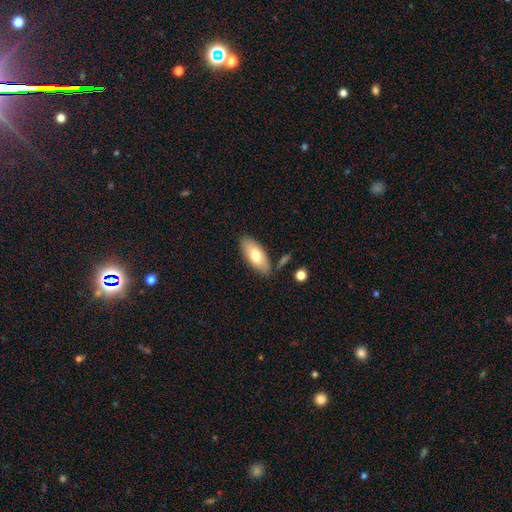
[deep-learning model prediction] smooth_or_featured: smooth (p=0.71) [alt: featured or disk p=0.22]
how_rounded: in between (p=0.85) [alt: cigar-shaped p=0.13]
merging: none (p=0.81) [alt: minor disturbance p=0.12]